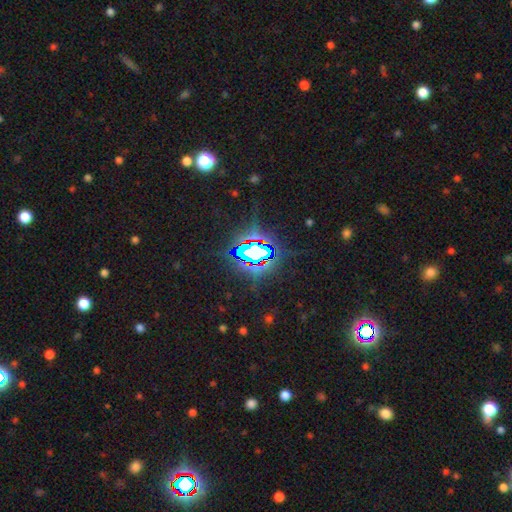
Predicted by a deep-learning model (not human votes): A star or artifact, not a galaxy (78%).